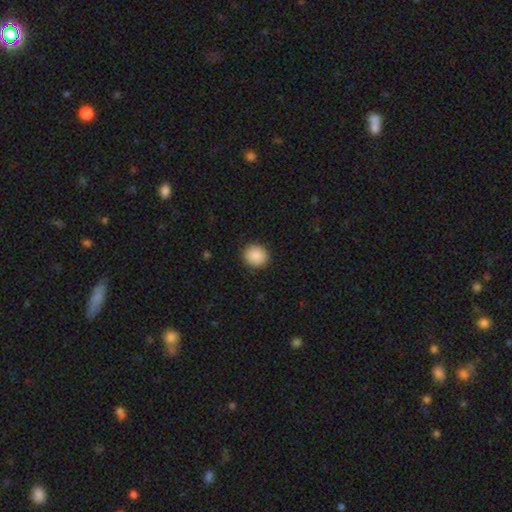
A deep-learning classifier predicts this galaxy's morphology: Smooth or featured: smooth — 89% (star or artifact — 8%)
How rounded: round — 82% (in between — 17%)
Merging: none — 90% (minor disturbance — 7%)